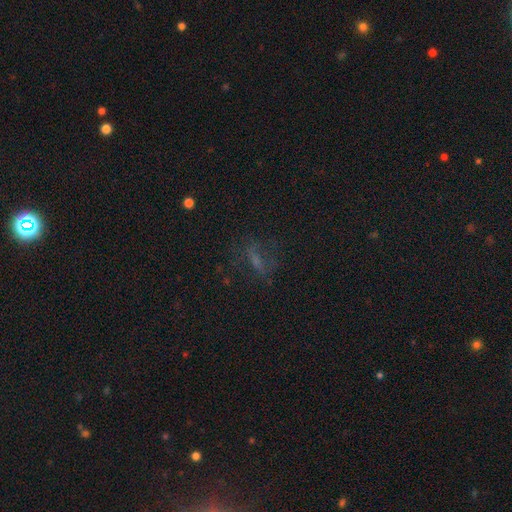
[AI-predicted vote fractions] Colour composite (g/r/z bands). It shows a star or artifact, not a galaxy (36%).